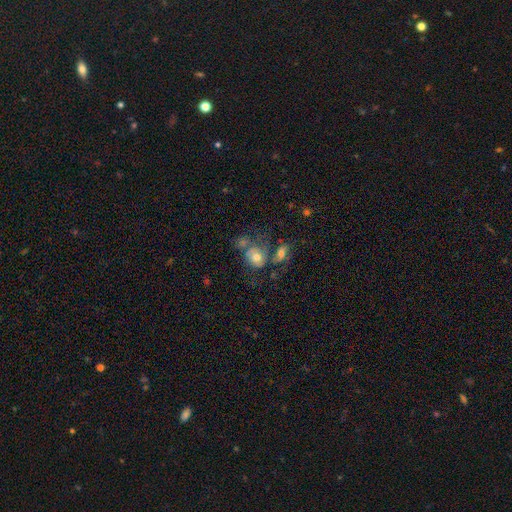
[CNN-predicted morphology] type=featured or disk (43%); merging=none (37%).